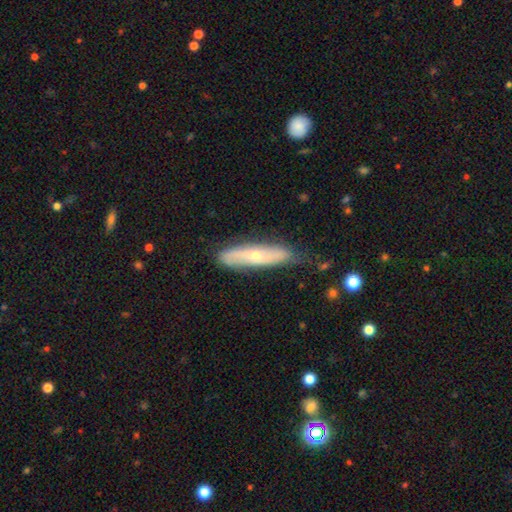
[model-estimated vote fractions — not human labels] The model was most divided on "edge-on disk" (2-way tie): yes: 50%, no: 50%. More confident: merging — none (72%); smooth or featured — featured or disk (50%).